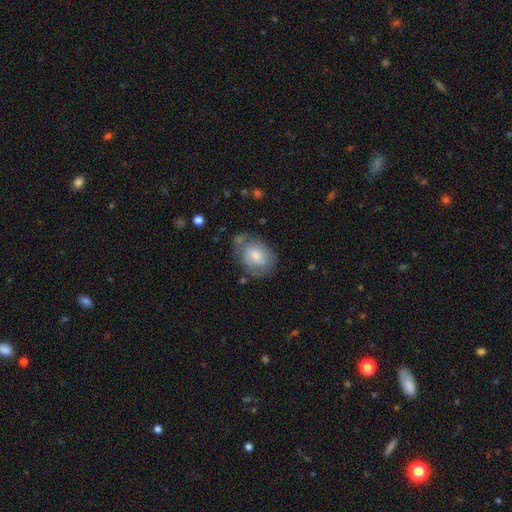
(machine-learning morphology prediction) A smooth galaxy with no disk features (60%) that is in between round and cigar-shaped (53%).

Vote fractions:
- Smooth or featured? smooth: 60% / featured or disk: 33% / star or artifact: 7%
- How rounded? in between: 53% / round: 46% / cigar-shaped: 1%
- Merging? none: 58% / minor disturbance: 25% / major disturbance: 11% / merger: 6%